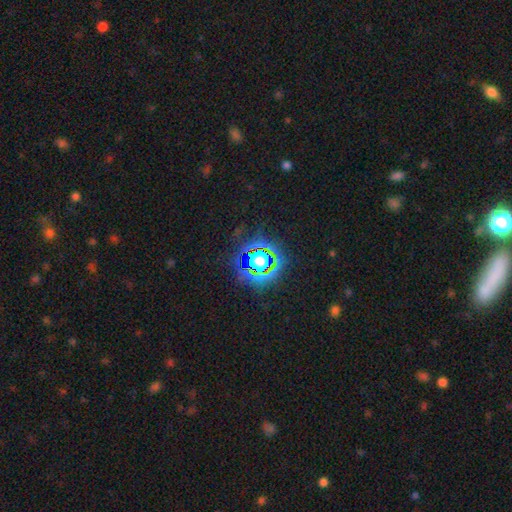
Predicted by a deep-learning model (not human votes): Smooth or featured: star or artifact — 76% (smooth — 14%)